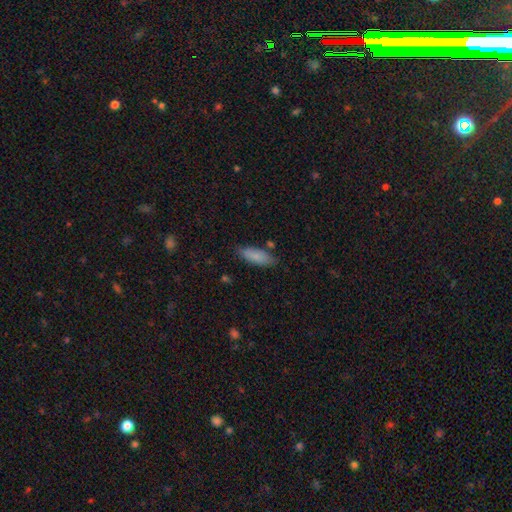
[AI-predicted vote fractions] smooth-or-featured: smooth: 84% | featured or disk: 10% | star or artifact: 6%
  how-rounded: in between: 65% | cigar-shaped: 33% | round: 2%
  merging: none: 79% | minor disturbance: 15% | merger: 4% | major disturbance: 3%